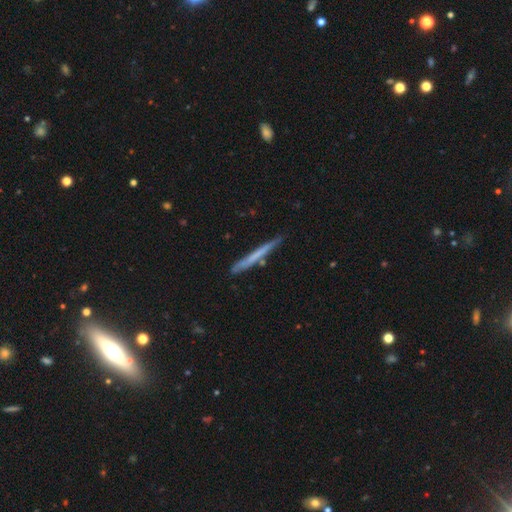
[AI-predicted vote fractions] A smooth galaxy with no disk features (53%) that is cigar-shaped (97%). Merging: none (84%).